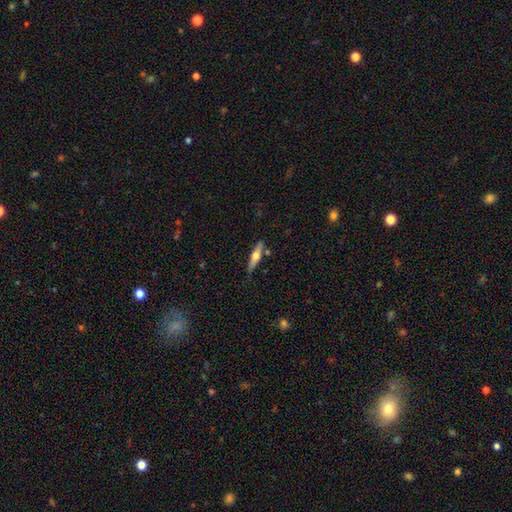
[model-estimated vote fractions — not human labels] Smooth or featured?
  - featured or disk: 54% *
  - smooth: 41%
  - star or artifact: 6%
Edge-on disk?
  - yes: 93% *
  - no: 7%
Merging?
  - none: 77% *
  - minor disturbance: 15%
  - merger: 5%
  - major disturbance: 3%